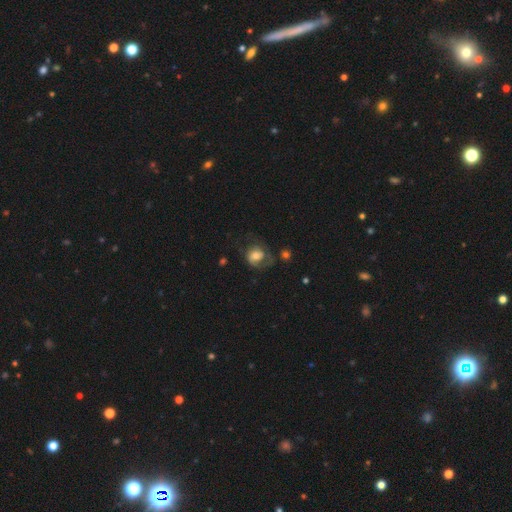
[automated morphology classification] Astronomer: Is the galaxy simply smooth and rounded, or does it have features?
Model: featured or disk — 47% (runner-up: smooth, 45%).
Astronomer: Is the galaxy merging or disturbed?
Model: none — 43% (runner-up: major disturbance, 30%).